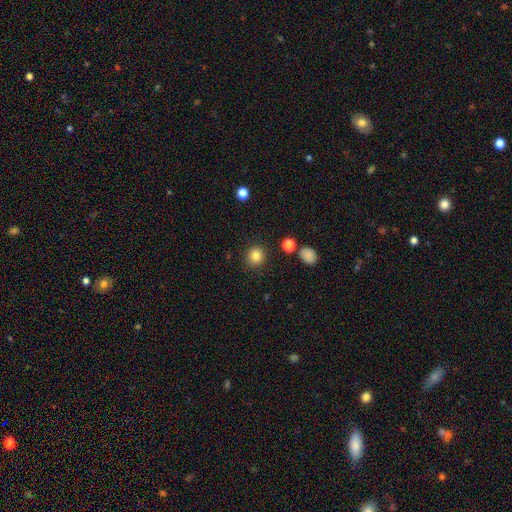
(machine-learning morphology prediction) This appears to be a smooth galaxy with no disk features (85%) that is round (89%). Merging: none (89%).